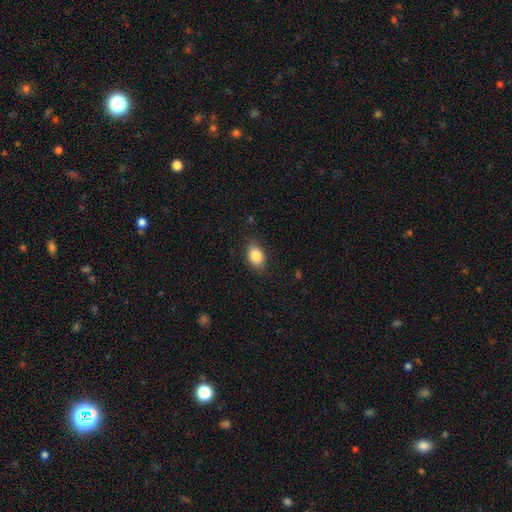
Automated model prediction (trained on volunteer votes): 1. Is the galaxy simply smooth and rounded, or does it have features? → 86% smooth, 8% star or artifact, 7% featured or disk.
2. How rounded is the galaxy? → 82% in between, 16% round, 1% cigar-shaped.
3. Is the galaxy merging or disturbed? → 84% none, 12% minor disturbance, 3% major disturbance, 1% merger.